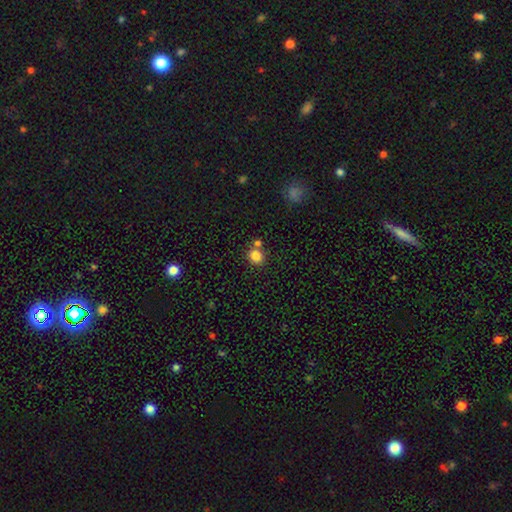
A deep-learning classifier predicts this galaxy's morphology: This is clearly a smooth galaxy (84%). How rounded: likely round (74%). Merging: likely none (68%).